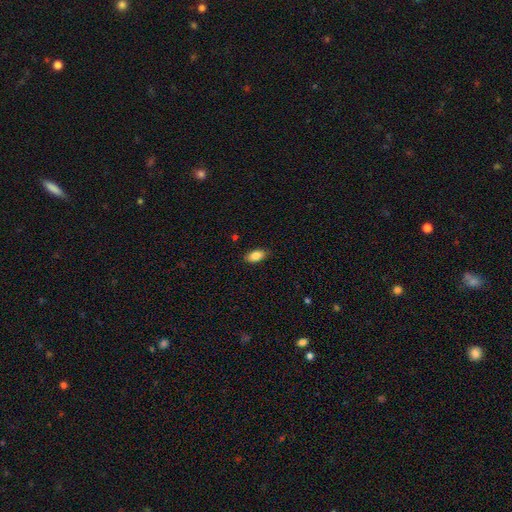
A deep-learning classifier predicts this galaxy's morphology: Smooth or featured? Predicted: smooth (p=0.85). How rounded? Predicted: in between (p=0.92). Merging? Predicted: none (p=0.86).